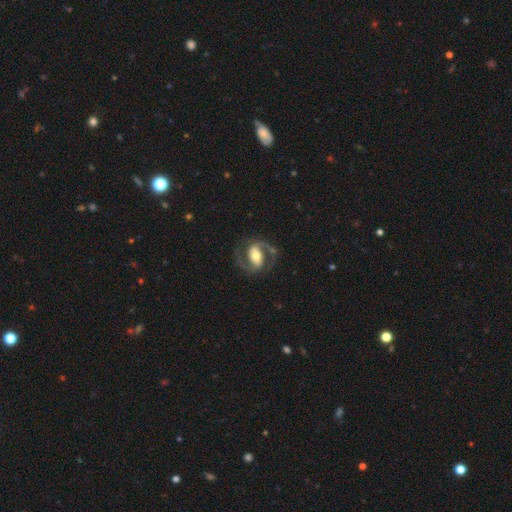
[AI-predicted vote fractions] A featured or disk galaxy (88%) with a strong bar (46%), 2 (93%) medium (60%) spiral arms (96%) and a moderate central bulge (62%).

Vote fractions:
- Smooth or featured? featured or disk: 88% / smooth: 7% / star or artifact: 5%
- Edge-on disk? no: 97% / yes: 3%
- Bar? strong: 46% / weak: 32% / no: 21%
- Spiral arms? yes: 96% / no: 4%
- Spiral winding? medium: 60% / loose: 20% / tight: 19%
- Spiral arm count? 2: 93% / 1: 2% / can't tell: 2% / 3: 1% / 4: 1% / more than 4: 1%
- Bulge size? moderate: 62% / large: 18% / small: 17% / dominant: 2% / none: 1%
- Merging? none: 78% / minor disturbance: 12% / major disturbance: 8% / merger: 2%